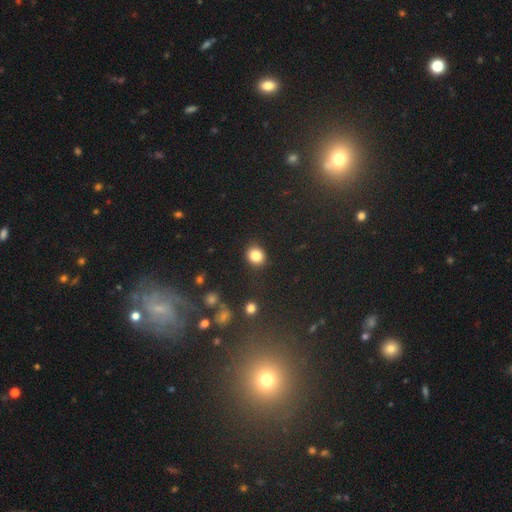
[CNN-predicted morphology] Smooth or featured: smooth — 84% (star or artifact — 10%)
How rounded: round — 67% (in between — 32%)
Merging: none — 87% (minor disturbance — 9%)